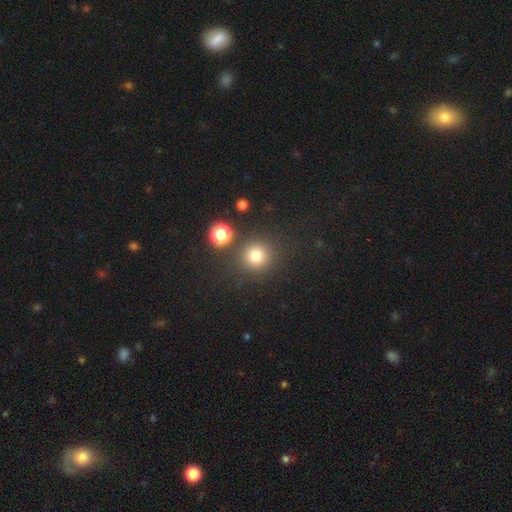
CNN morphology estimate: Smooth or featured? Predicted: smooth (p=0.79). How rounded? Predicted: round (p=0.92). Merging? Predicted: none (p=0.83).